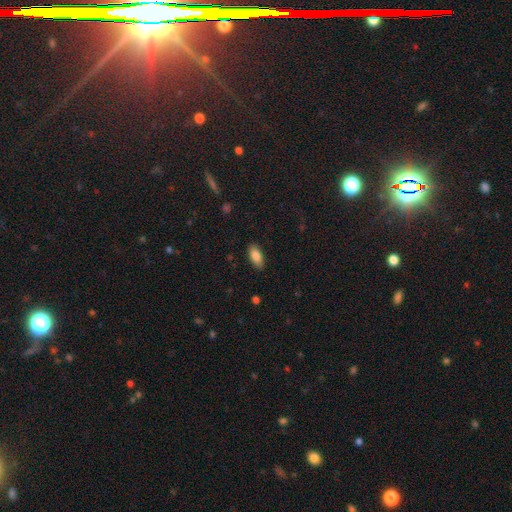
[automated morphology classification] The model was most divided on "merging": none: 86%, minor disturbance: 11%, major disturbance: 2%, merger: 1%. More confident: how rounded — in between (88%); smooth or featured — smooth (86%).